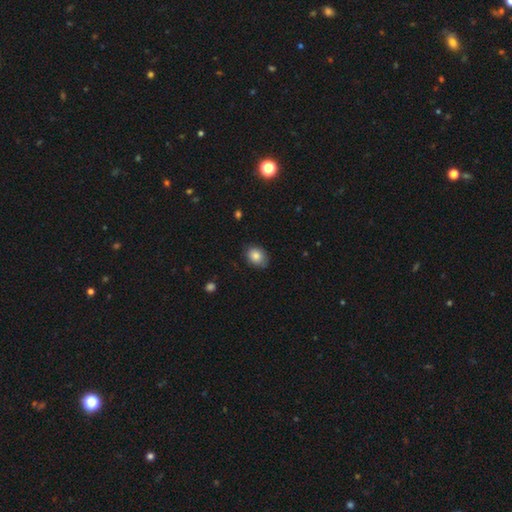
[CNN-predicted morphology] This appears to be a smooth galaxy with no disk features (84%) that is in between round and cigar-shaped (66%). Merging: none (80%).